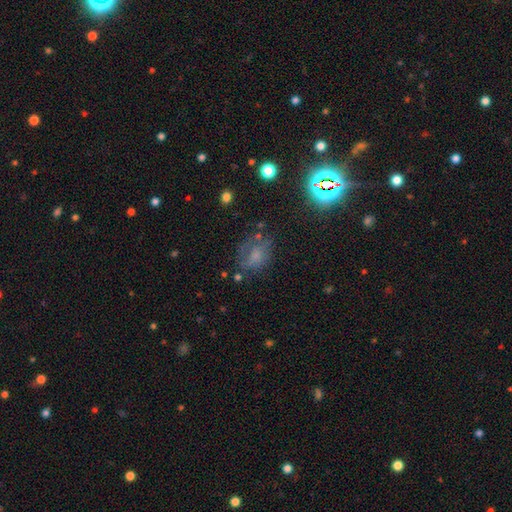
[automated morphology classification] Smooth or featured? smooth (49%)
Merging? none (50%)